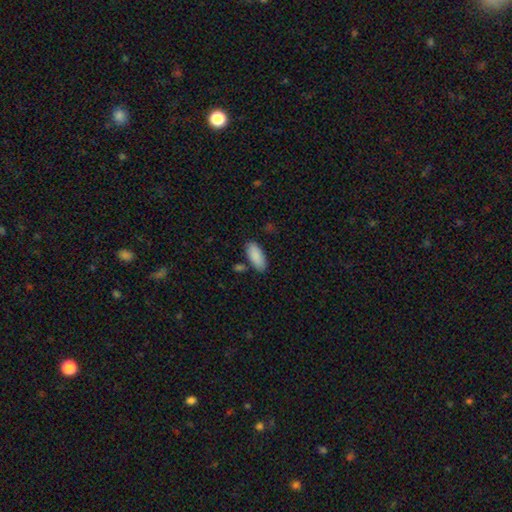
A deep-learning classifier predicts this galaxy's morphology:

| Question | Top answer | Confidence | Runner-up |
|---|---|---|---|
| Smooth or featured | smooth | 90% | star or artifact (6%) |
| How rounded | in between | 85% | cigar-shaped (13%) |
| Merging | none | 81% | minor disturbance (12%) |